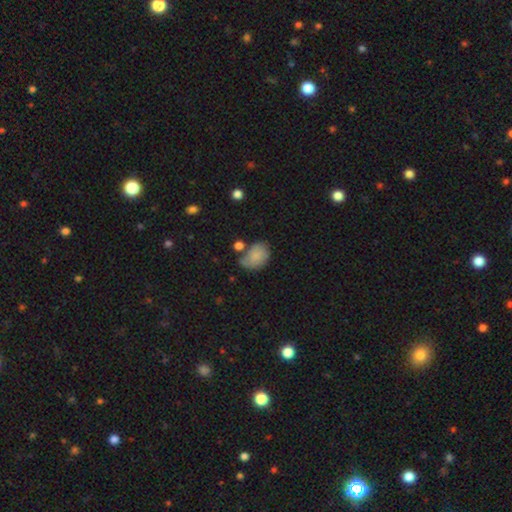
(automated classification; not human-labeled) The model was most divided on "merging": none: 48%, minor disturbance: 28%, merger: 13%, major disturbance: 11%. More confident: how rounded — in between (71%); smooth or featured — smooth (68%).